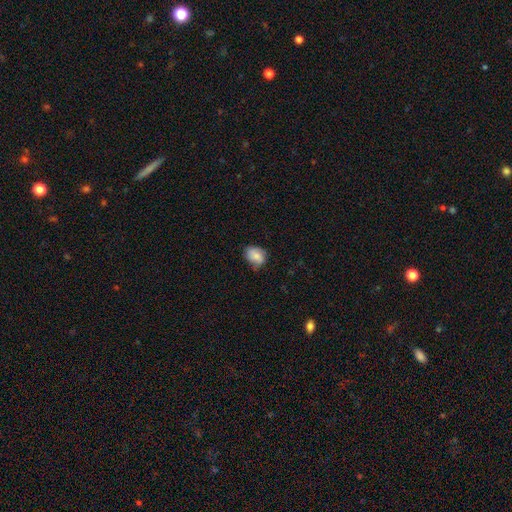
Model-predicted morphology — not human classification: A smooth galaxy with no disk features (78%) that is in between round and cigar-shaped (63%). Merging: none (59%).